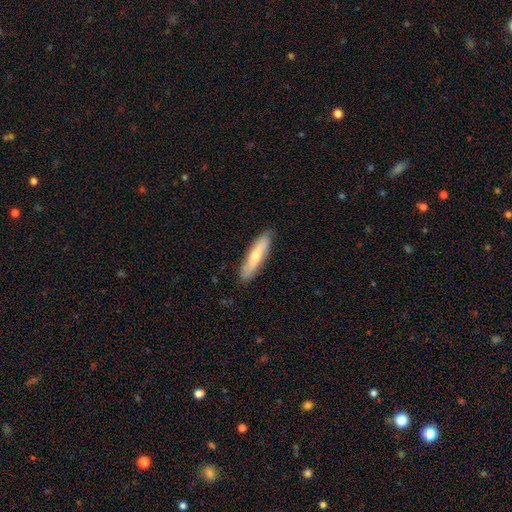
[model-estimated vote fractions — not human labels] This is likely a smooth galaxy (63%). How rounded: likely cigar-shaped (77%). Merging: clearly none (85%).